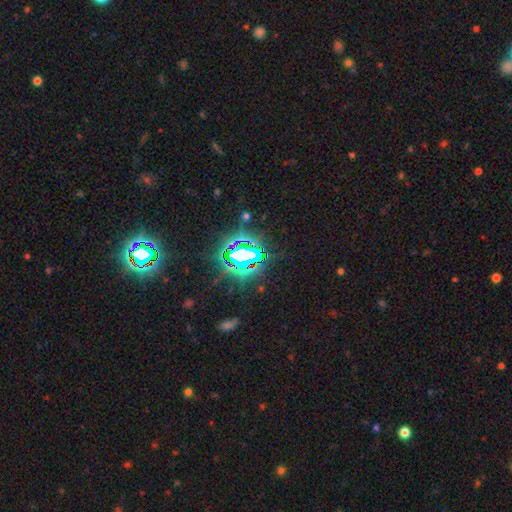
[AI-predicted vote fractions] Overall: star or artifact (83%).